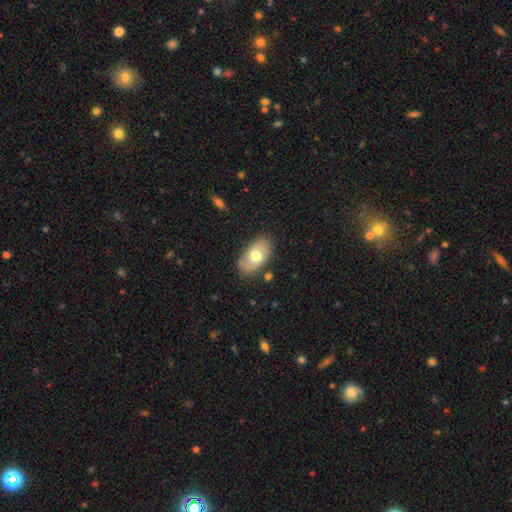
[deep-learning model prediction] Smooth or featured? smooth (66%)
How rounded? in between (92%)
Merging? none (78%)